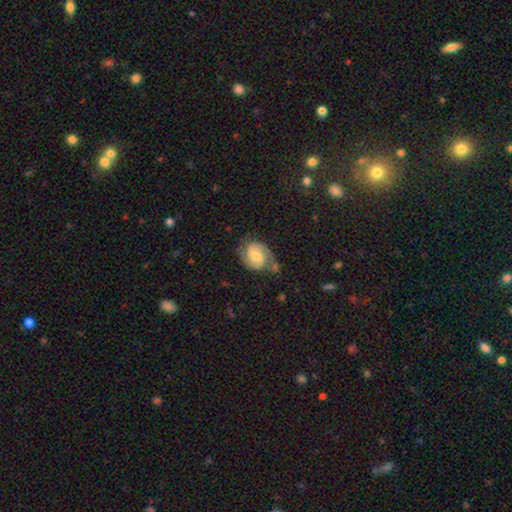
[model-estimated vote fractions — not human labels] A featured or disk galaxy (71%) with a weak bar (50%), 2 (86%) medium (49%) spiral arms (93%) and a moderate central bulge (50%).

Vote fractions:
- Smooth or featured? featured or disk: 71% / smooth: 22% / star or artifact: 7%
- Edge-on disk? no: 98% / yes: 2%
- Bar? weak: 50% / no: 34% / strong: 15%
- Spiral arms? yes: 93% / no: 7%
- Spiral winding? medium: 49% / tight: 34% / loose: 17%
- Spiral arm count? 2: 86% / can't tell: 6% / 1: 5% / 3: 2% / 4: 1% / more than 4: 1%
- Bulge size? moderate: 50% / small: 40% / large: 5% / none: 4% / dominant: 1%
- Merging? none: 63% / minor disturbance: 20% / major disturbance: 9% / merger: 7%